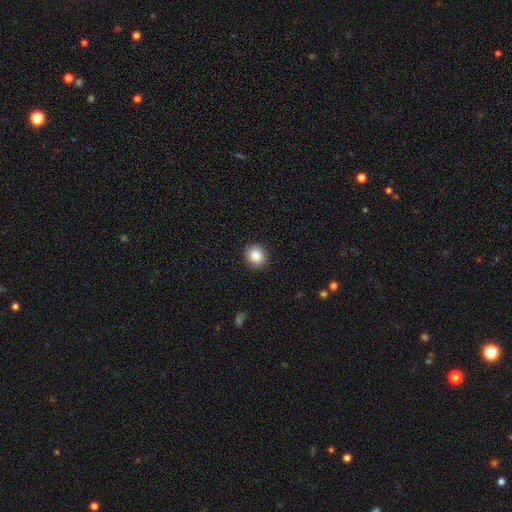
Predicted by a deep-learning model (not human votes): Morphology: type=smooth (88%); roundness=round (85%); merging=none (90%).